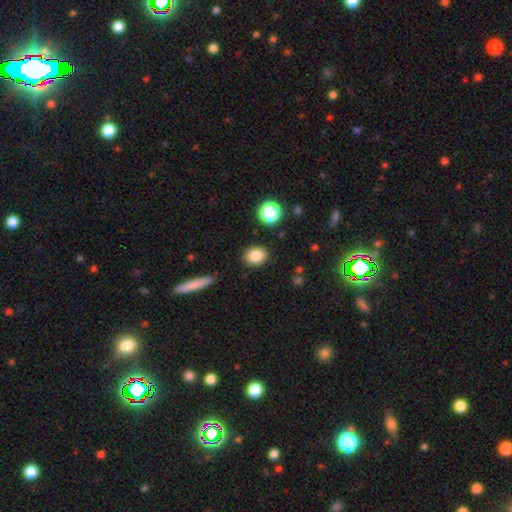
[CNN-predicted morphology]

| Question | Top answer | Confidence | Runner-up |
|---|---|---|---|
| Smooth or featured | smooth | 85% | star or artifact (10%) |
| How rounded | round | 60% | in between (38%) |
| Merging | none | 87% | minor disturbance (9%) |